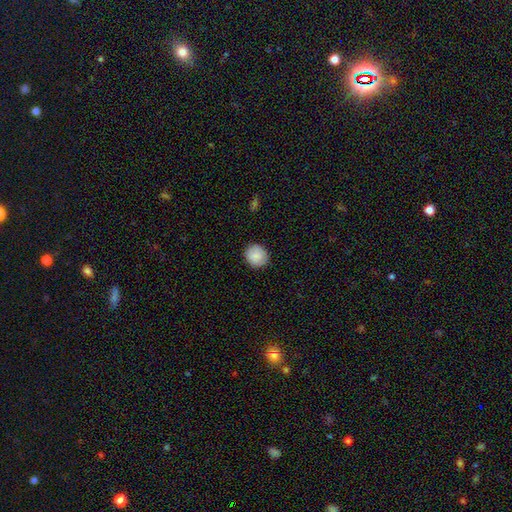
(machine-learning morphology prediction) Smooth or featured? Predicted: smooth (p=0.88). How rounded? Predicted: round (p=0.81). Merging? Predicted: none (p=0.87).